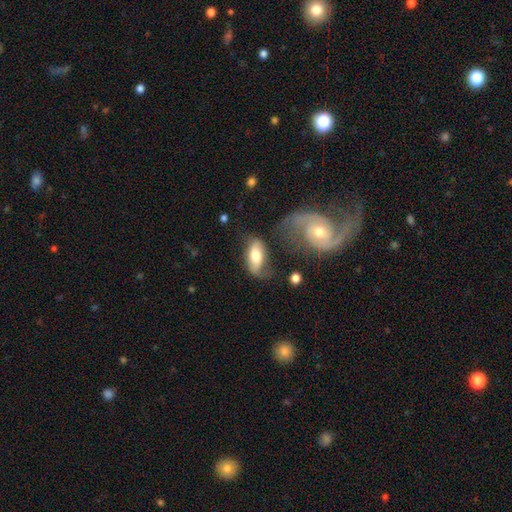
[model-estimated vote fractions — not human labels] This is likely a smooth galaxy (67%). How rounded: clearly in between (88%). Merging: possibly none (52%).